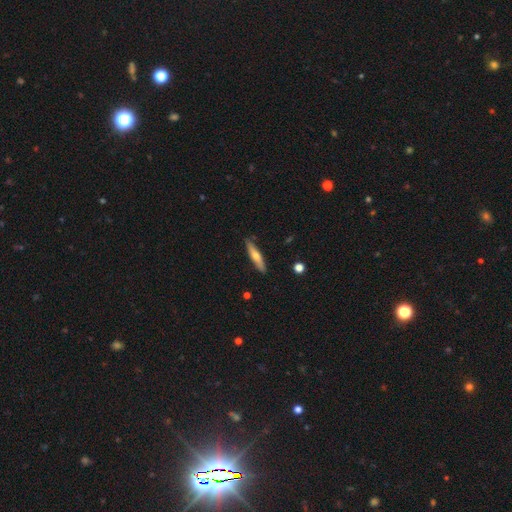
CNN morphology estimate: A smooth galaxy with no disk features (53%) that is cigar-shaped (86%).

Vote fractions:
- Smooth or featured? smooth: 53% / featured or disk: 41% / star or artifact: 6%
- How rounded? cigar-shaped: 86% / in between: 12% / round: 2%
- Merging? none: 87% / minor disturbance: 10% / major disturbance: 2% / merger: 2%